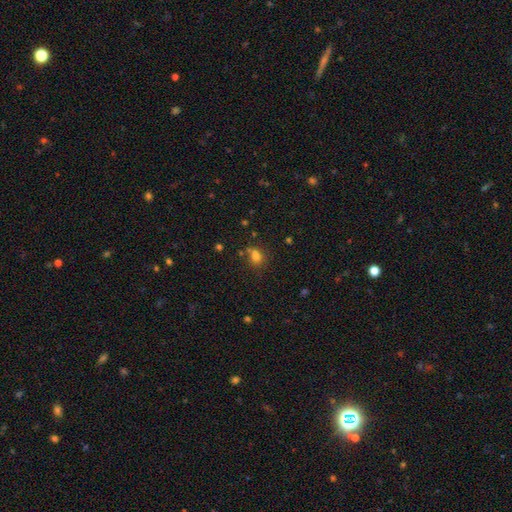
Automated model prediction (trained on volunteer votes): smooth-or-featured: smooth: 76% | star or artifact: 17% | featured or disk: 7%
  how-rounded: in between: 53% | round: 46% | cigar-shaped: 2%
  merging: none: 59% | minor disturbance: 17% | merger: 17% | major disturbance: 7%